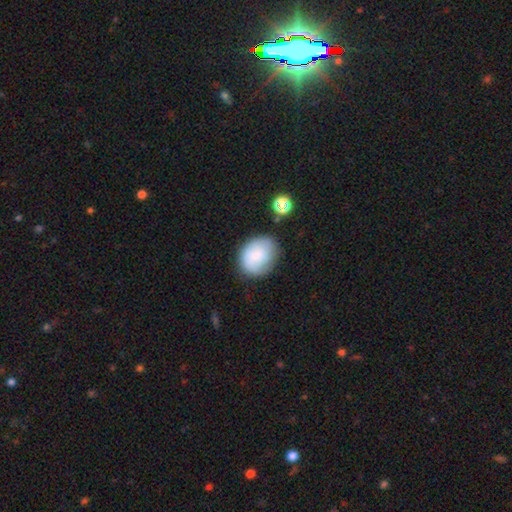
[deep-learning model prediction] Smooth or featured: smooth — 78% (featured or disk — 14%)
How rounded: round — 50% (in between — 49%)
Merging: none — 64% (minor disturbance — 24%)